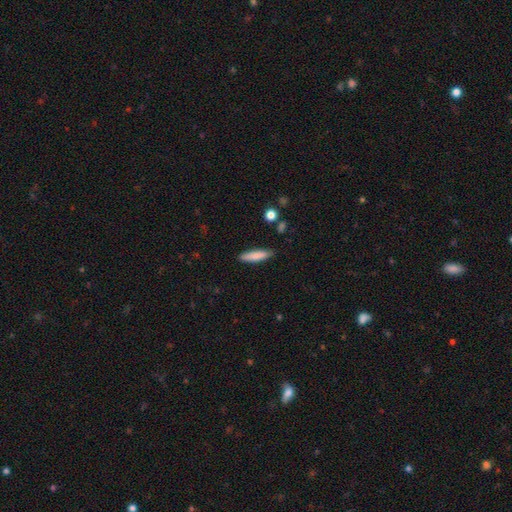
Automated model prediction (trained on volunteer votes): Smooth or featured: smooth — 81% (featured or disk — 12%)
How rounded: cigar-shaped — 79% (in between — 20%)
Merging: none — 86% (minor disturbance — 10%)